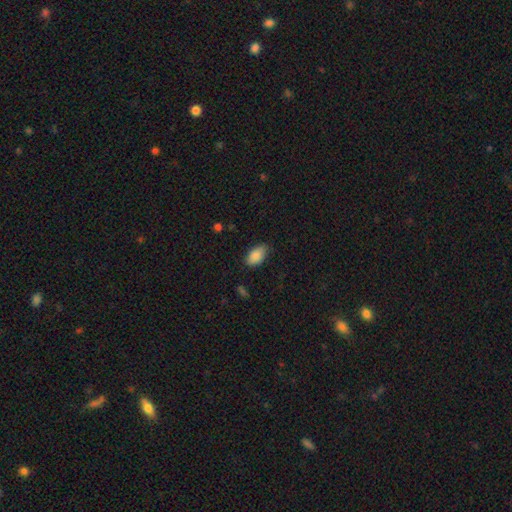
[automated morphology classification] This appears to be a smooth galaxy with no disk features (87%) that is in between round and cigar-shaped (93%). Merging: none (77%).